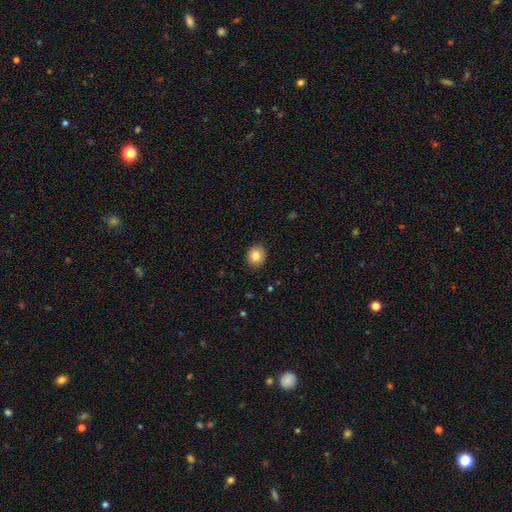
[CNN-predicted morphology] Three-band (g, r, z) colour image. It shows a smooth galaxy with no disk features (85%) that is round (78%). Merging: none (90%).